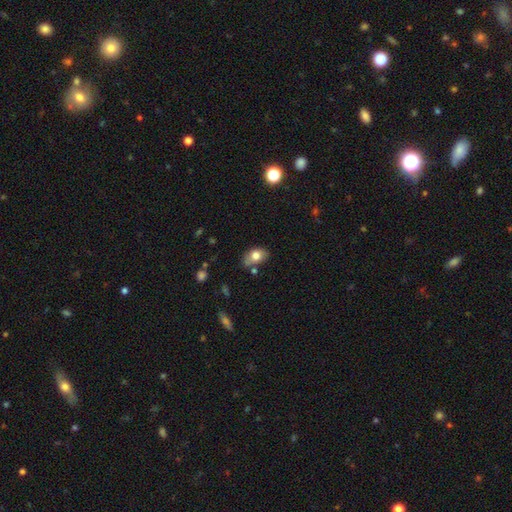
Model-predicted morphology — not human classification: A smooth galaxy with no disk features (76%) that is in between round and cigar-shaped (83%).

Vote fractions:
- Smooth or featured? smooth: 76% / featured or disk: 15% / star or artifact: 9%
- How rounded? in between: 83% / round: 15% / cigar-shaped: 2%
- Merging? none: 60% / minor disturbance: 24% / merger: 10% / major disturbance: 5%